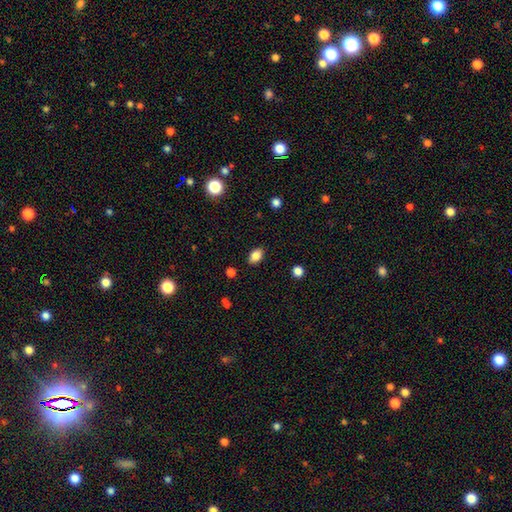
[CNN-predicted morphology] Smooth or featured: smooth — 84% (star or artifact — 9%)
How rounded: in between — 86% (round — 12%)
Merging: none — 86% (minor disturbance — 10%)